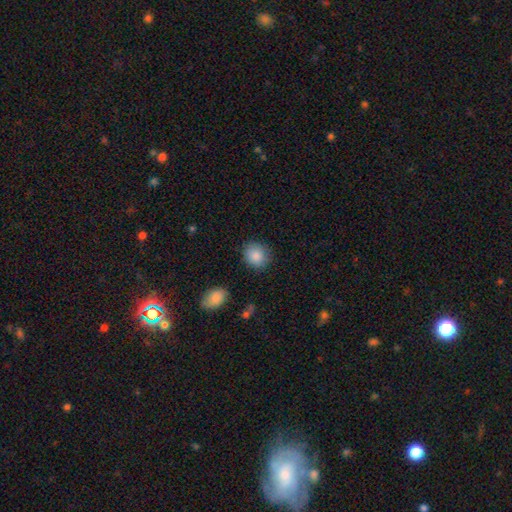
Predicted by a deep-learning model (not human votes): This is clearly a smooth galaxy (87%). How rounded: likely round (75%). Merging: clearly none (85%).